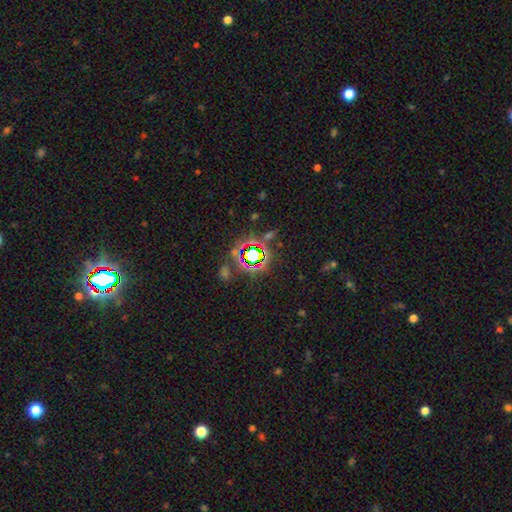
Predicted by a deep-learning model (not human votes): star or artifact 72%, smooth 18%, featured or disk 10%.